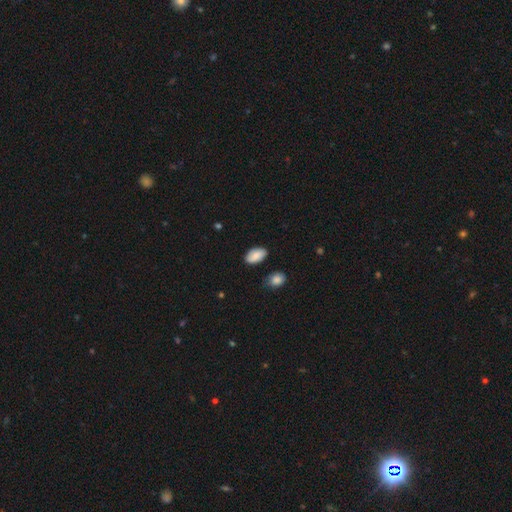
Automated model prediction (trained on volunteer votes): smooth 82%, featured or disk 11%, star or artifact 7%. Down the decision tree: how rounded — in between (93%); merging — none (79%).